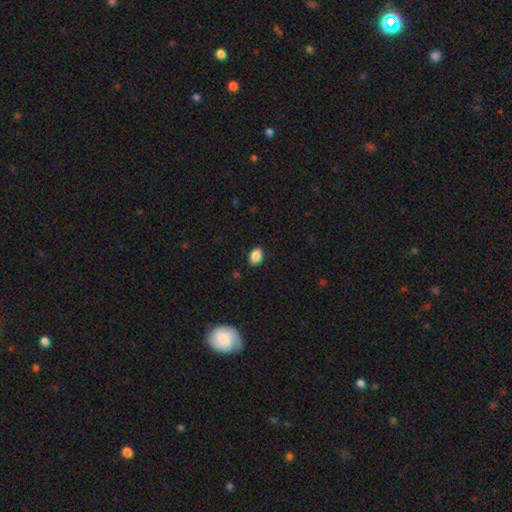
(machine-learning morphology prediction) A smooth galaxy with no disk features (88%) that is in between round and cigar-shaped (87%). Merging: none (88%).